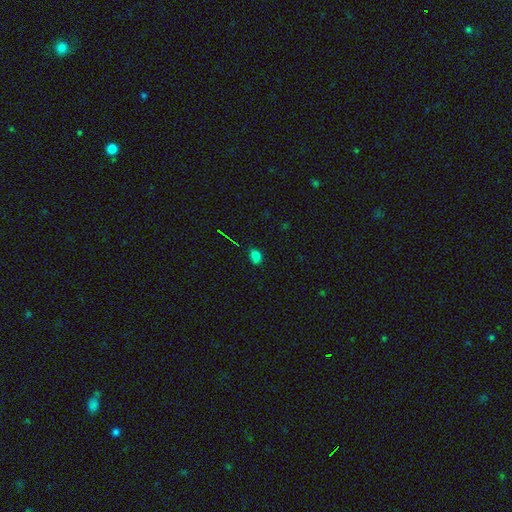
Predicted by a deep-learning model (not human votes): Morphology: type=smooth (78%); roundness=in between (65%); merging=none (78%).